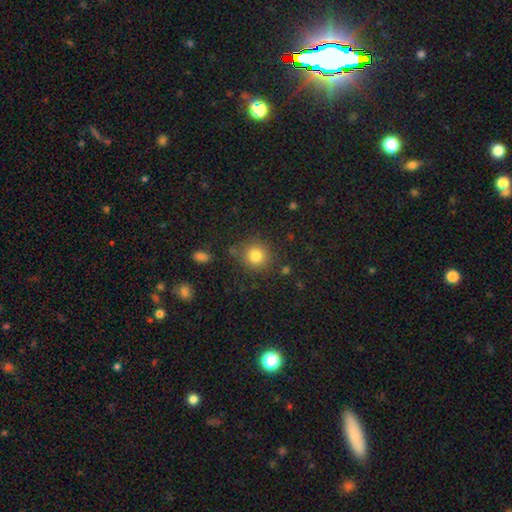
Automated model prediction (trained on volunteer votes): smooth 82%, star or artifact 12%, featured or disk 6%. Down the decision tree: how rounded — round (91%); merging — none (83%).